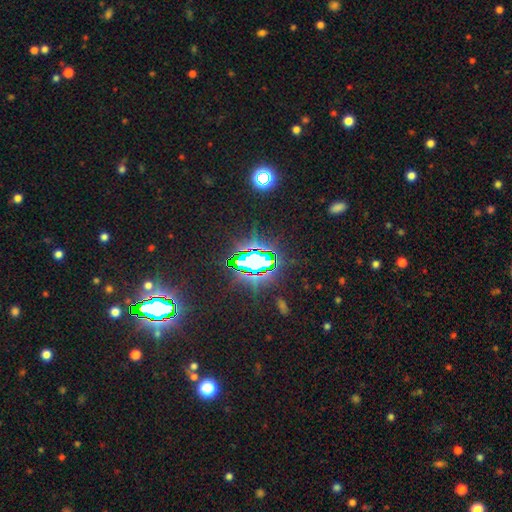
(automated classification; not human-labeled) This appears to be a star or artifact, not a galaxy (76%).